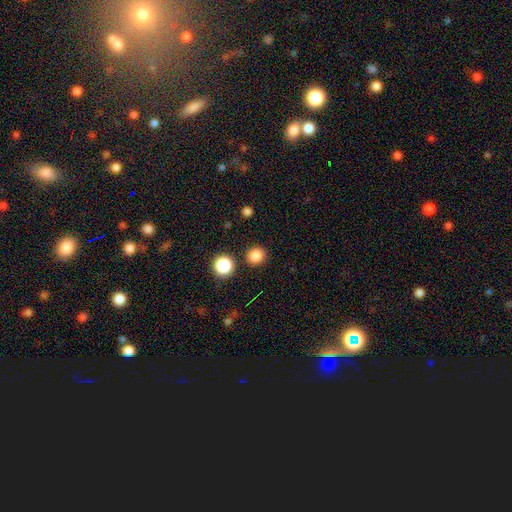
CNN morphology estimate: smooth-or-featured: smooth: 84% | star or artifact: 13% | featured or disk: 4%
  how-rounded: round: 91% | in between: 8% | cigar-shaped: 1%
  merging: none: 89% | minor disturbance: 6% | merger: 3% | major disturbance: 2%